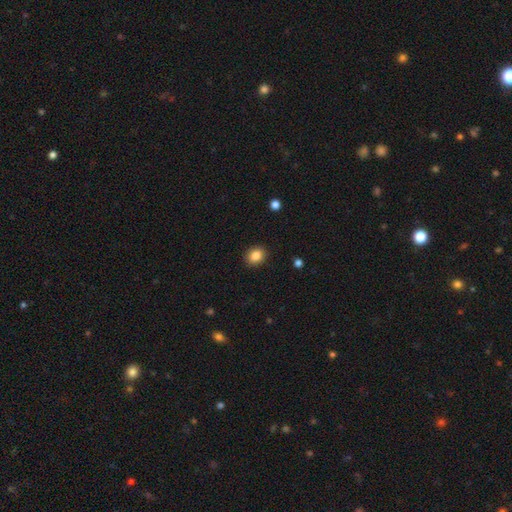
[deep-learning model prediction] Morphology: type=smooth (86%); roundness=round (56%); merging=none (90%).